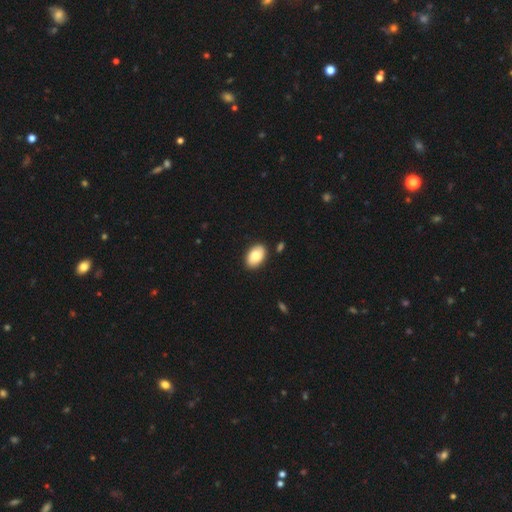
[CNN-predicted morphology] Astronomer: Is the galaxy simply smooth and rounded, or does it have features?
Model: smooth — 83%.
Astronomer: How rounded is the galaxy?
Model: in between — 91%.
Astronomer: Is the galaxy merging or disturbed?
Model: none — 87%.